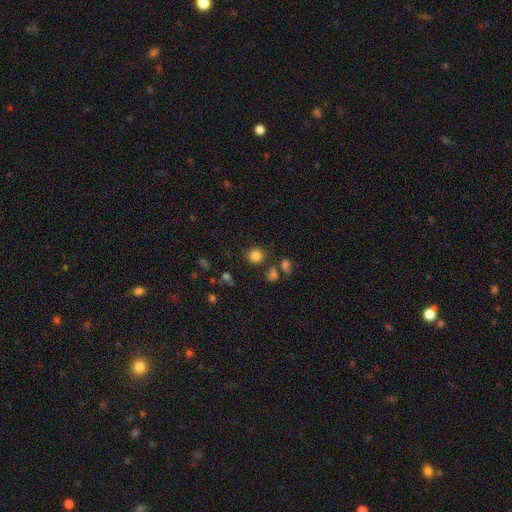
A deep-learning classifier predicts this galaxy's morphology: A smooth galaxy with no disk features (82%) that is round (85%).

Vote fractions:
- Smooth or featured? smooth: 82% / star or artifact: 13% / featured or disk: 5%
- How rounded? round: 85% / in between: 14% / cigar-shaped: 1%
- Merging? none: 80% / minor disturbance: 10% / merger: 6% / major disturbance: 4%